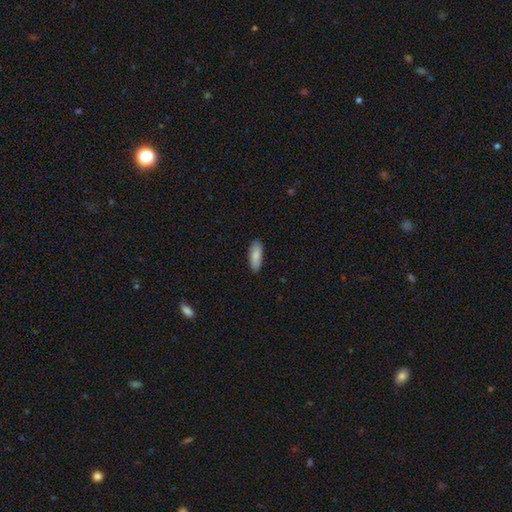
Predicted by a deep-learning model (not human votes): This appears to be a smooth galaxy with no disk features (87%) that is in between round and cigar-shaped (69%). Merging: none (88%).